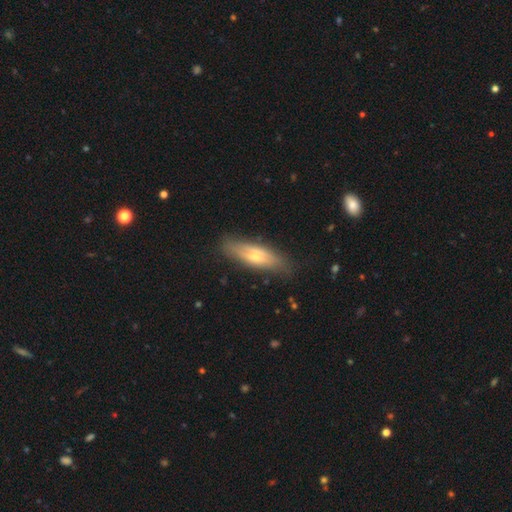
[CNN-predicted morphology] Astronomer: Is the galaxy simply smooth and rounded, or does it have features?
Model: featured or disk — 49% (runner-up: smooth, 45%).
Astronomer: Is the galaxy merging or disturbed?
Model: none — 79%.